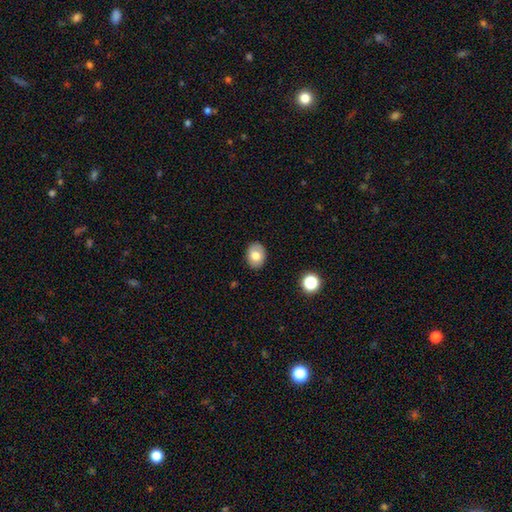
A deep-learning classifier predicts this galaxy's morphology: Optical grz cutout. It shows a smooth galaxy with no disk features (76%) that is in between round and cigar-shaped (62%). Merging: none (88%).